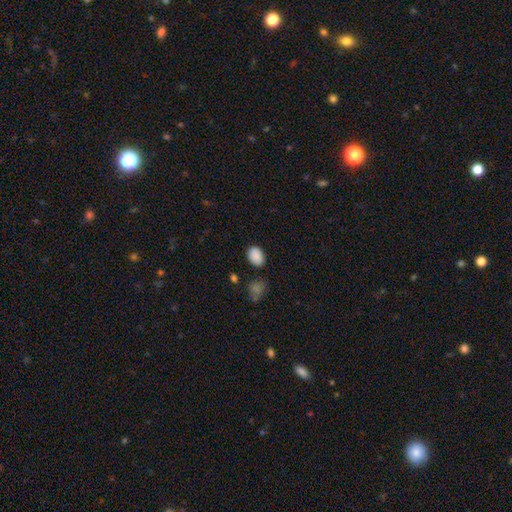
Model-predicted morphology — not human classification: Smooth or featured? smooth (88%)
How rounded? in between (81%)
Merging? none (80%)